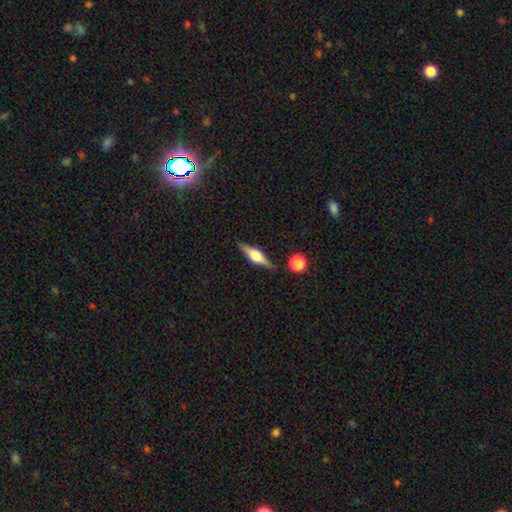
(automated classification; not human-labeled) This is likely a featured or disk galaxy (68%). It is clearly viewed edge-on (97%). Edge-on bulge: clearly rounded (88%). Merging: clearly none (86%).